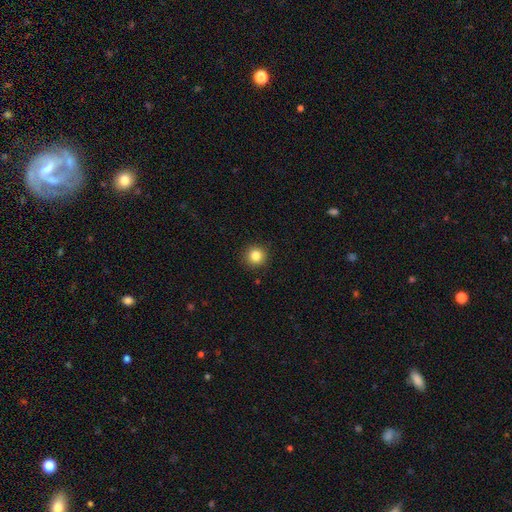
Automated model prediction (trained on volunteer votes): Smooth or featured? smooth (84%)
How rounded? round (94%)
Merging? none (91%)